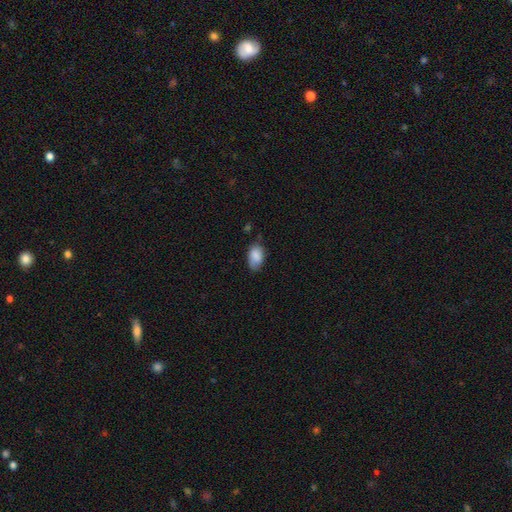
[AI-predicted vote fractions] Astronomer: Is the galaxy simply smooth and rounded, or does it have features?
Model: smooth — 86%.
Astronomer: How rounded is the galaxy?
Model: in between — 92%.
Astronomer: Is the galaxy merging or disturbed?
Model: none — 65%.